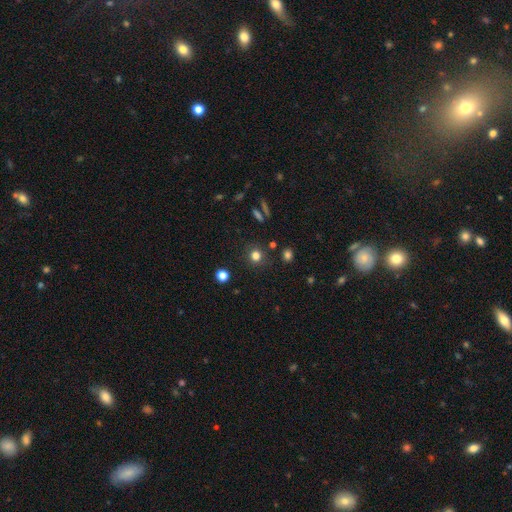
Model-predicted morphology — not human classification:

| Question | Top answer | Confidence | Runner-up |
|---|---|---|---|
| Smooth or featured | smooth | 78% | star or artifact (16%) |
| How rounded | round | 90% | in between (9%) |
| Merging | none | 86% | minor disturbance (8%) |